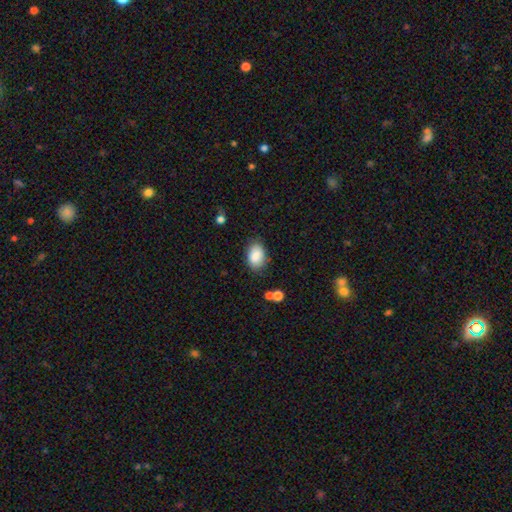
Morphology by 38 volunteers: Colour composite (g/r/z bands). It shows a smooth galaxy with no disk features (87%) that is in between round and cigar-shaped (76%). Merging: none (69%).